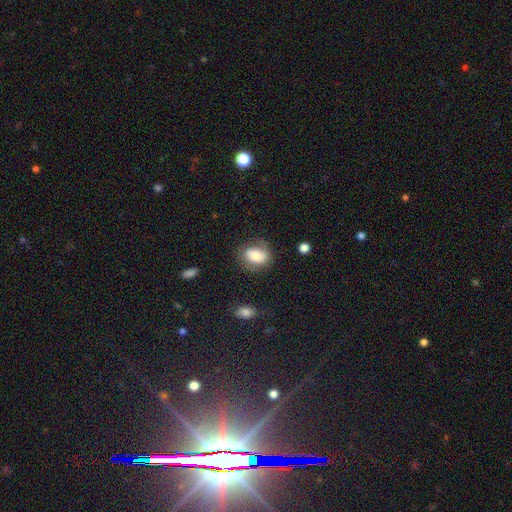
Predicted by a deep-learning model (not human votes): Smooth or featured?
  - smooth: 67% *
  - featured or disk: 24%
  - star or artifact: 8%
How rounded?
  - in between: 71% *
  - round: 28%
  - cigar-shaped: 2%
Merging?
  - none: 68% *
  - minor disturbance: 20%
  - major disturbance: 10%
  - merger: 2%